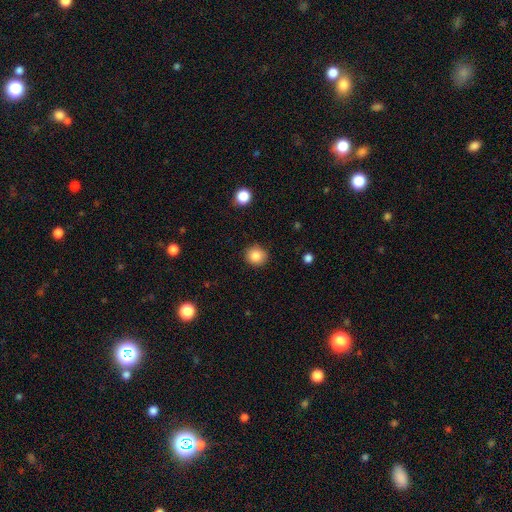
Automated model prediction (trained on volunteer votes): A smooth galaxy with no disk features (85%) that is round (86%).

Vote fractions:
- Smooth or featured? smooth: 85% / star or artifact: 10% / featured or disk: 5%
- How rounded? round: 86% / in between: 13% / cigar-shaped: 1%
- Merging? none: 88% / minor disturbance: 9% / major disturbance: 2% / merger: 1%